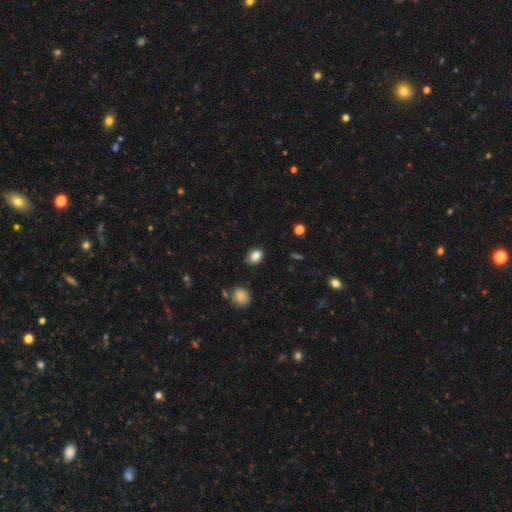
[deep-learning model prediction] Q: Smooth or featured?
A: smooth (84%); runner-up: star or artifact (10%)
Q: How rounded?
A: in between (66%); runner-up: round (33%)
Q: Merging?
A: none (82%); runner-up: minor disturbance (13%)